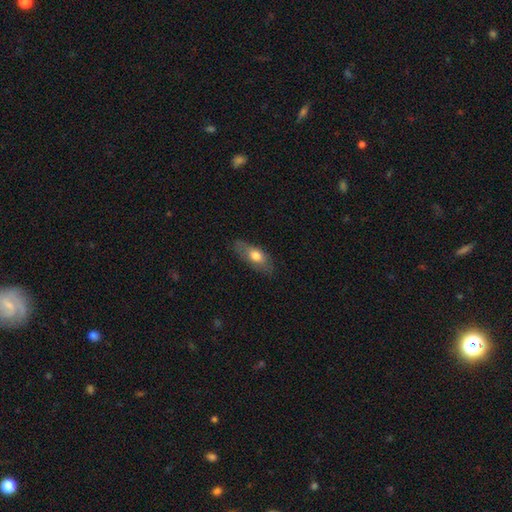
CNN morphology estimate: A smooth galaxy with no disk features (67%) that is in between round and cigar-shaped (80%). Merging: none (75%).